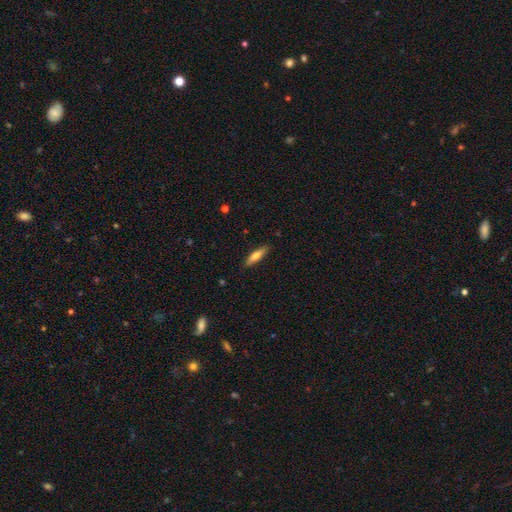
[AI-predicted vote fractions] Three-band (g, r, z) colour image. It shows a smooth galaxy with no disk features (67%) that is cigar-shaped (73%). Merging: none (88%).